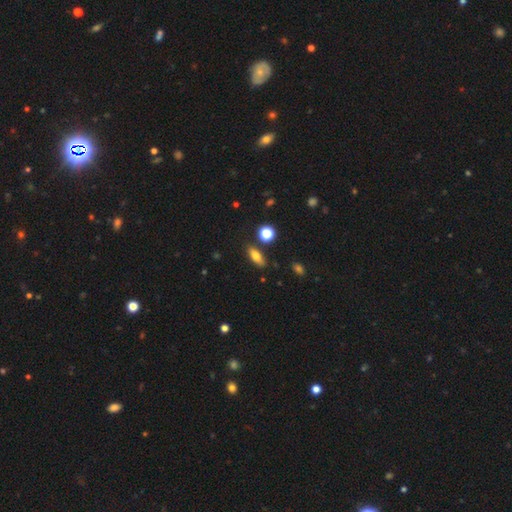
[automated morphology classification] Smooth or featured: smooth — 73% (featured or disk — 16%)
How rounded: in between — 67% (cigar-shaped — 26%)
Merging: none — 81% (minor disturbance — 12%)